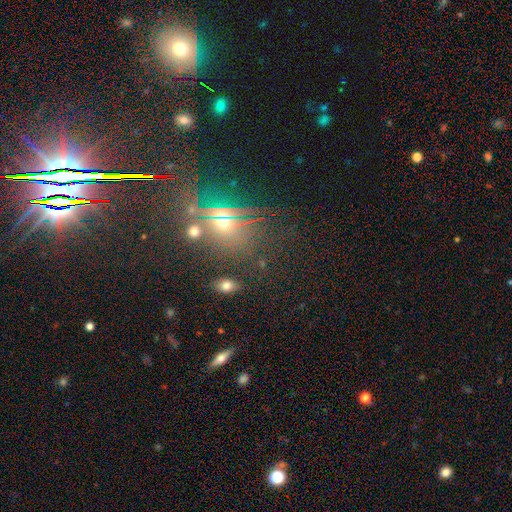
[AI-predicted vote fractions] A star or artifact, not a galaxy (59%).